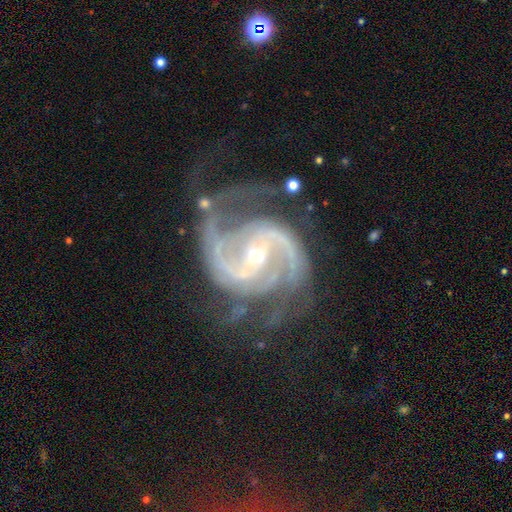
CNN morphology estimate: Overall: featured or disk (93%). Edge-on disk: no (98%). Bar: weak (44%; strong 30%). Spiral arms: yes (99%). Spiral arm count: 2 (73%). Spiral winding: medium (55%; tight 32%). Bulge size: small (57%; moderate 40%). Merging: none (61%; minor disturbance 21%).